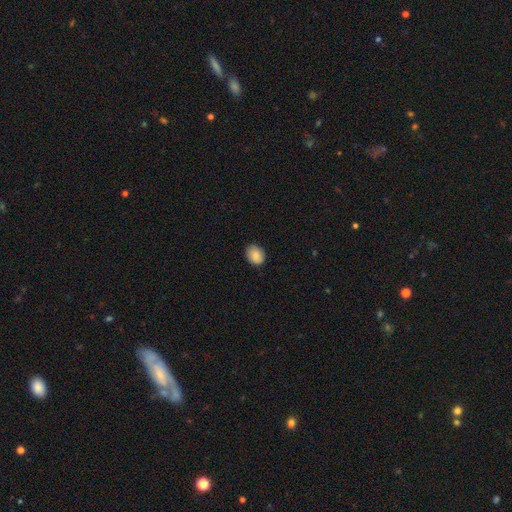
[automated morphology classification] Smooth or featured: smooth — 85% (featured or disk — 8%)
How rounded: in between — 54% (round — 45%)
Merging: none — 85% (minor disturbance — 12%)